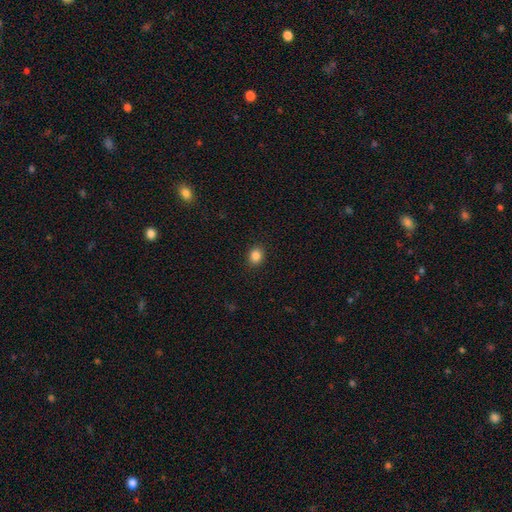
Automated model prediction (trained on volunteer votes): Smooth or featured? Predicted: smooth (p=0.86). How rounded? Predicted: round (p=0.62). Merging? Predicted: none (p=0.91).